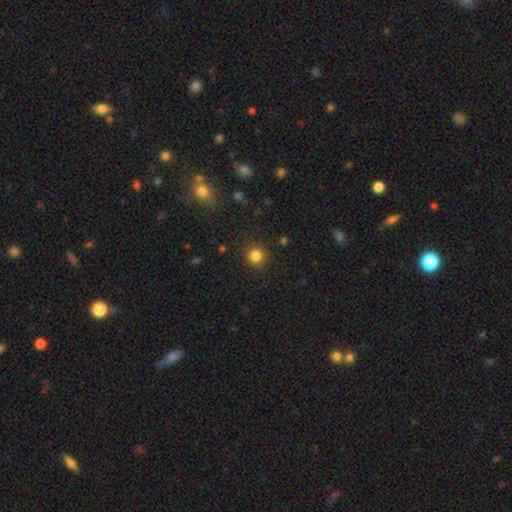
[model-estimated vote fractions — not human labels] The model was most divided on "smooth or featured": smooth: 83%, star or artifact: 13%, featured or disk: 4%. More confident: how rounded — round (93%); merging — none (91%).